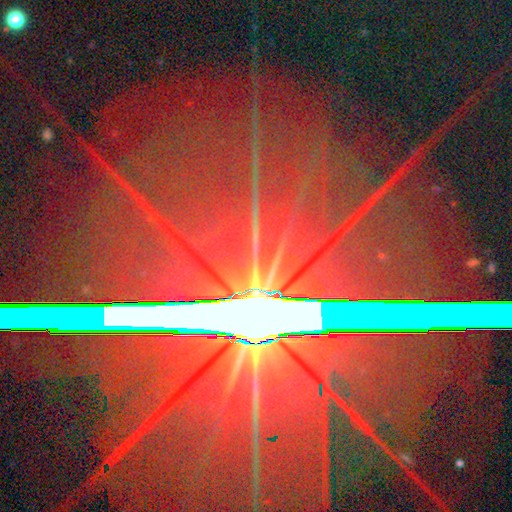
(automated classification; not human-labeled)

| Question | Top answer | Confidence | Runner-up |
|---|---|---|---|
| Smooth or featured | star or artifact | 88% | featured or disk (8%) |